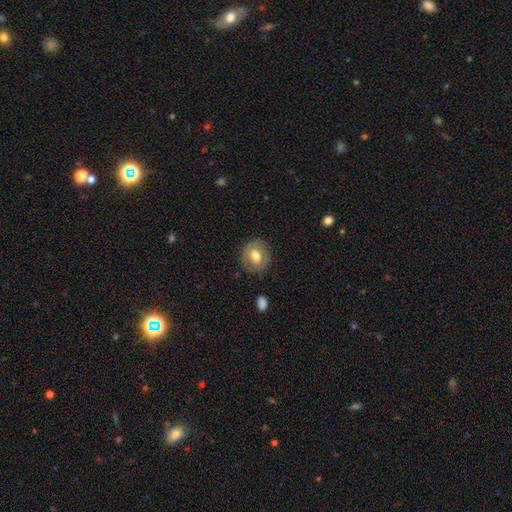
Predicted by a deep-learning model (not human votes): This appears to be a smooth galaxy with no disk features (67%) that is round (83%). Merging: none (84%).